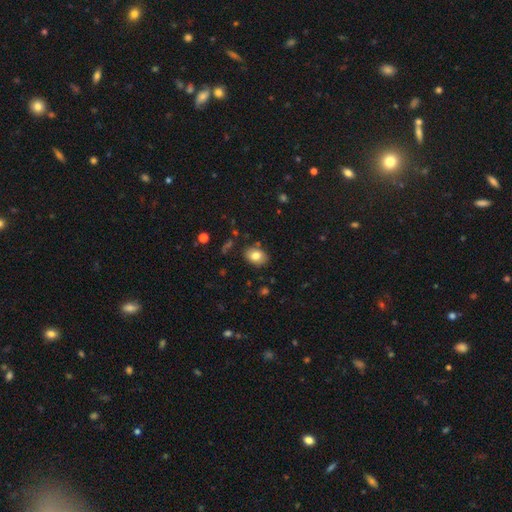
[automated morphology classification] A smooth galaxy with no disk features (80%) that is in between round and cigar-shaped (77%). Merging: none (84%).